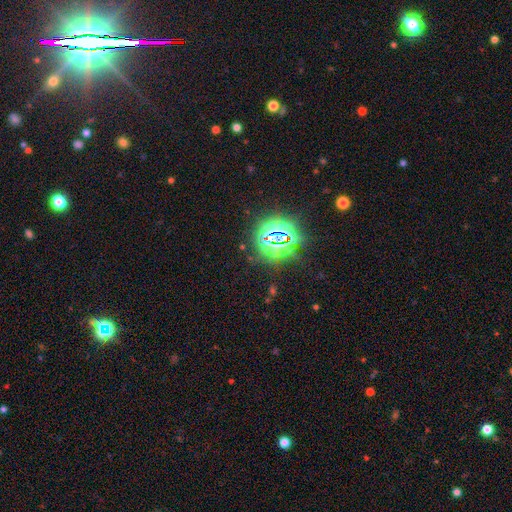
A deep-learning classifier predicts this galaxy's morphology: A star or artifact, not a galaxy (81%).

Vote fractions:
- Smooth or featured? star or artifact: 81% / smooth: 12% / featured or disk: 7%